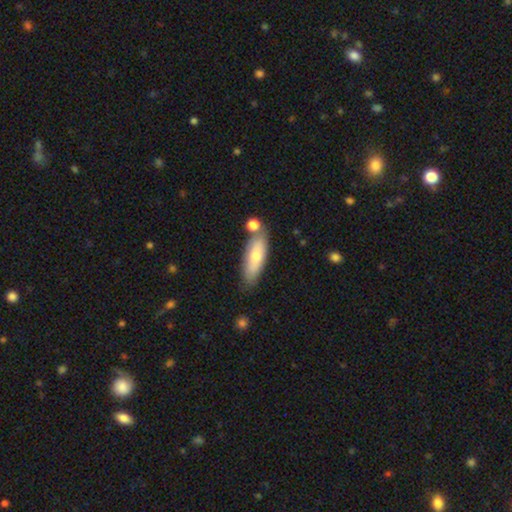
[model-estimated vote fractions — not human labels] Overall: smooth (69%). How rounded: in between (53%; cigar-shaped 44%). Merging: none (69%).